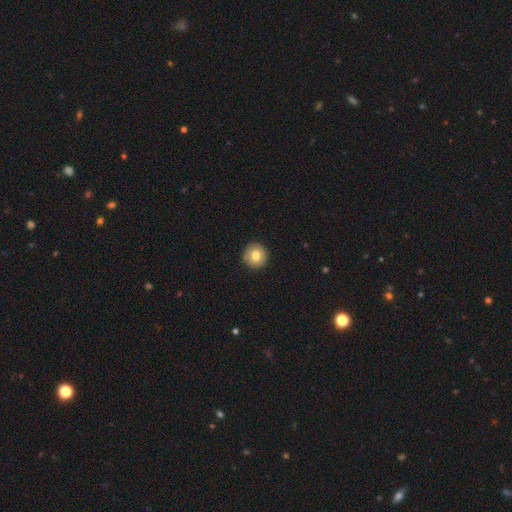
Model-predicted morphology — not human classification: This appears to be a smooth galaxy with no disk features (78%) that is round (96%). Merging: none (93%).